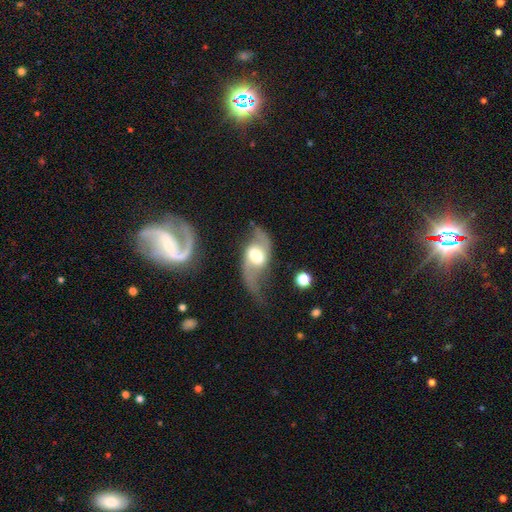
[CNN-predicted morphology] smooth-or-featured: featured or disk: 81% | smooth: 13% | star or artifact: 6%
  disk-edge-on: no: 94% | yes: 6%
    bar: weak: 45% | no: 34% | strong: 21%
    has-spiral-arms: yes: 93% | no: 7%
      spiral-winding: loose: 69% | medium: 25% | tight: 6%
      spiral-arm-count: 2: 90% | 1: 4% | can't tell: 3% | 3: 1% | 4: 1% | more than 4: 1%
    bulge-size: moderate: 52% | large: 33% | small: 9% | dominant: 5% | none: 2%
  merging: none: 51% | minor disturbance: 22% | major disturbance: 21% | merger: 6%